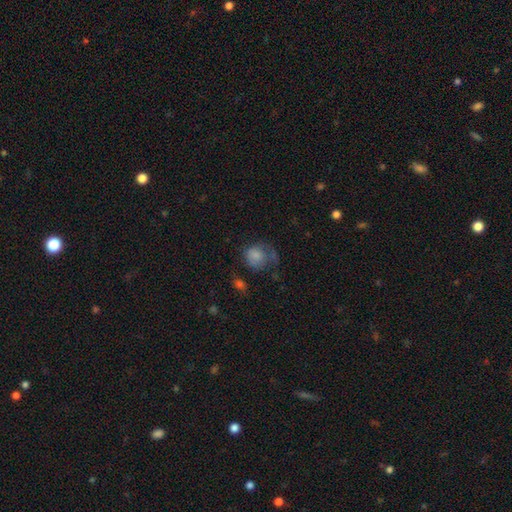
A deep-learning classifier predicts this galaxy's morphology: smooth 76%, featured or disk 14%, star or artifact 10%. Down the decision tree: how rounded — round (70%); merging — none (36%).